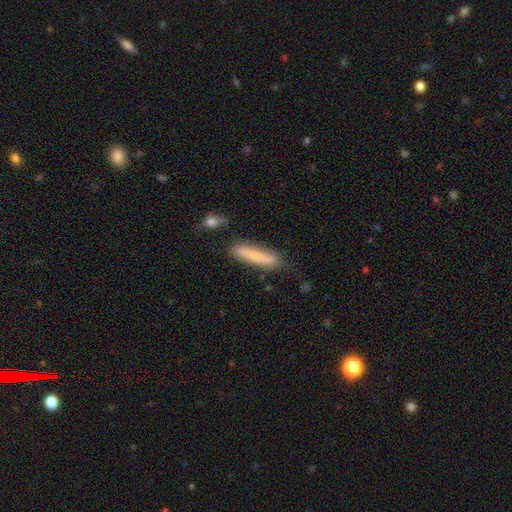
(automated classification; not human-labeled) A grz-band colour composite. It shows a smooth galaxy with no disk features (64%) that is cigar-shaped (83%). Merging: none (79%).